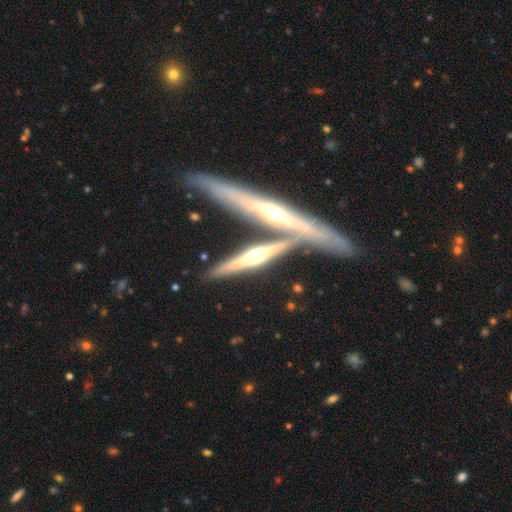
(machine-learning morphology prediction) Q: Smooth or featured?
A: featured or disk (76%); runner-up: smooth (18%)
Q: Edge-on disk?
A: yes (96%); runner-up: no (4%)
Q: Edge-on bulge?
A: rounded (90%); runner-up: none (6%)
Q: Merging?
A: none (56%); runner-up: merger (30%)